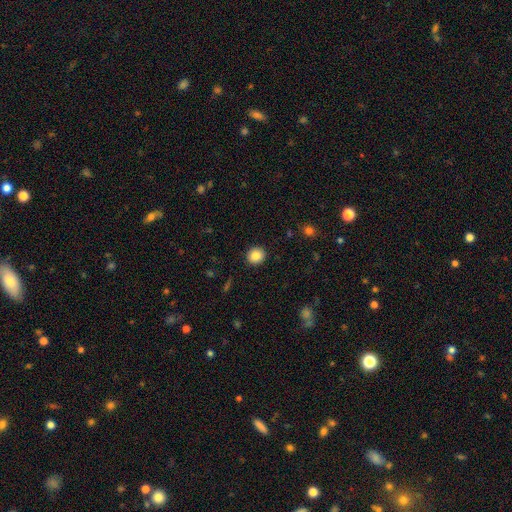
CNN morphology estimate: Smooth or featured? Predicted: smooth (p=0.86). How rounded? Predicted: round (p=0.88). Merging? Predicted: none (p=0.92).